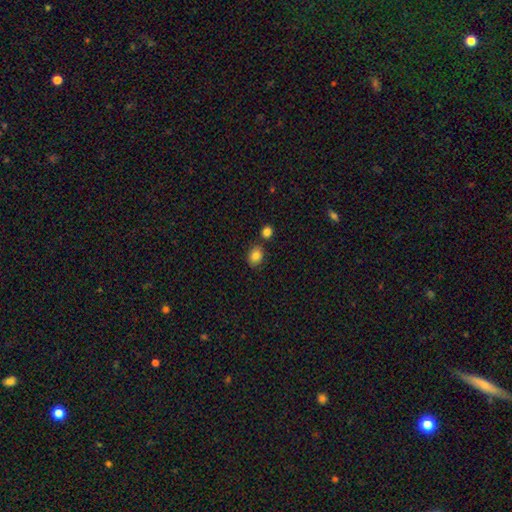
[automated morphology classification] Overall: smooth (84%). How rounded: in between (63%; round 36%). Merging: none (76%).